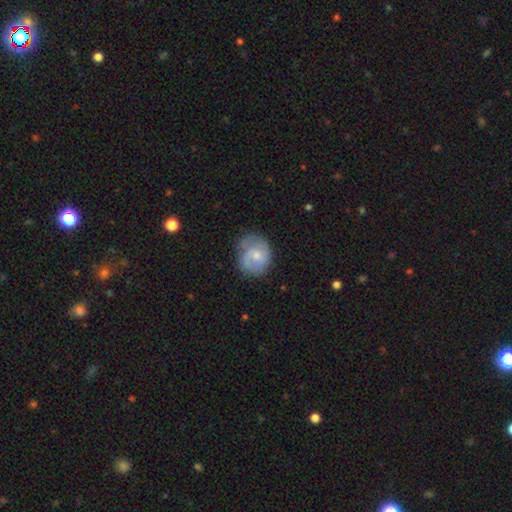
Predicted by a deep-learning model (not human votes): This appears to be a featured or disk galaxy (53%) with no bar (71%), spiral arms (79%) and a small central bulge (52%). Merging: none (57%).